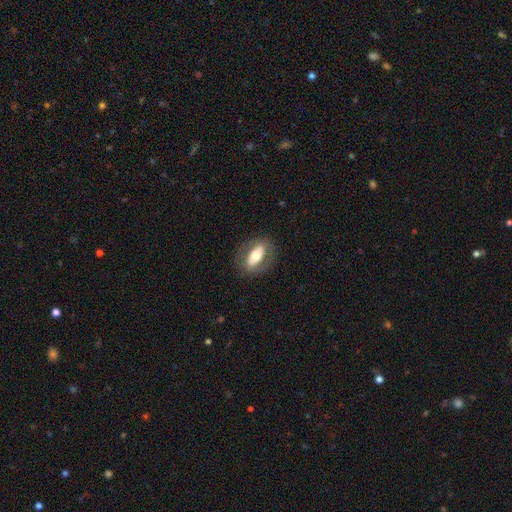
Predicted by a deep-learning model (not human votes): A smooth galaxy with no disk features (49%). Merging: none (80%).